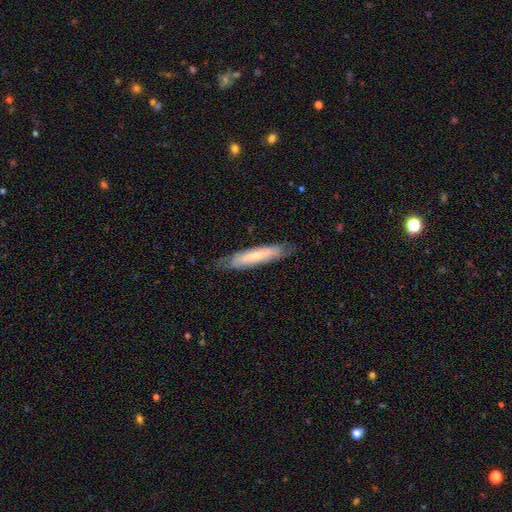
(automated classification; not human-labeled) This is possibly a smooth galaxy (51%). How rounded: clearly cigar-shaped (84%). Merging: likely none (77%).